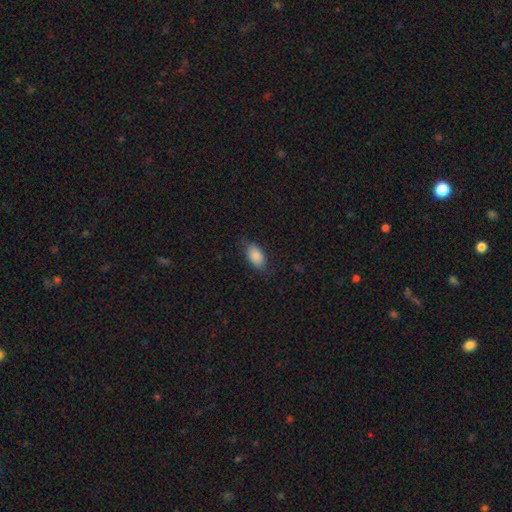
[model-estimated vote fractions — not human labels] The model was most divided on "merging": none: 75%, minor disturbance: 18%, major disturbance: 5%, merger: 1%. More confident: how rounded — in between (93%); smooth or featured — smooth (87%).